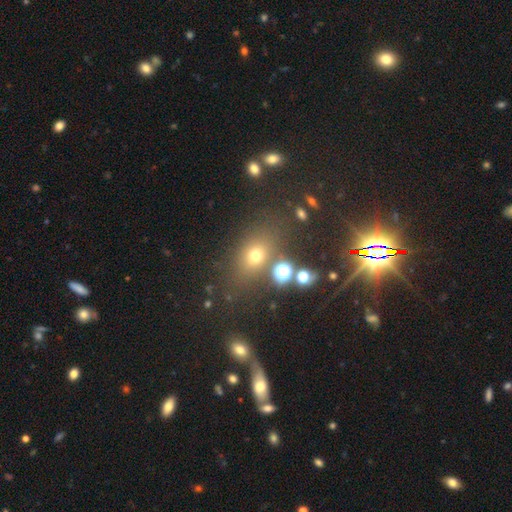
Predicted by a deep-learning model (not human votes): smooth 65%, star or artifact 23%, featured or disk 12%. Down the decision tree: how rounded — in between (55%); merging — none (72%).